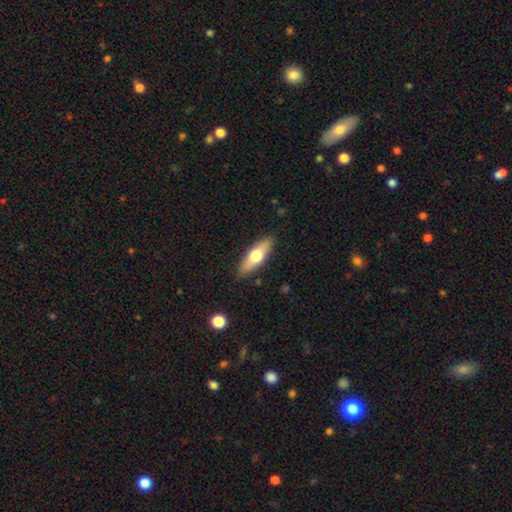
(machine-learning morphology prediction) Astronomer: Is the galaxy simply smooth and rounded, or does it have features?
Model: smooth — 56% (runner-up: featured or disk, 38%).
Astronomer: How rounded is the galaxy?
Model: in between — 51% (runner-up: cigar-shaped, 46%).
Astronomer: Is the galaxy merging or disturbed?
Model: none — 88%.